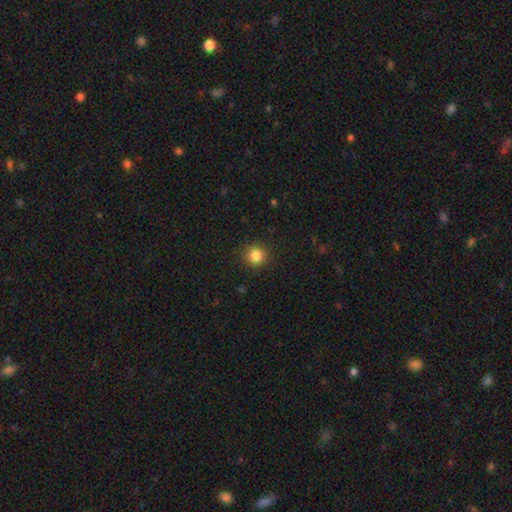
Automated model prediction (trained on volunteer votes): smooth-or-featured: smooth: 84% | star or artifact: 11% | featured or disk: 4%
  how-rounded: round: 93% | in between: 6% | cigar-shaped: 1%
  merging: none: 91% | minor disturbance: 6% | major disturbance: 2% | merger: 1%